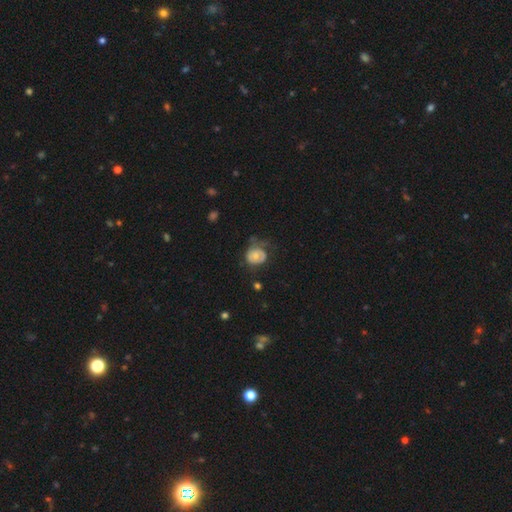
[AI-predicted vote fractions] This appears to be a smooth galaxy with no disk features (50%) that is round (70%). Merging: none (41%).